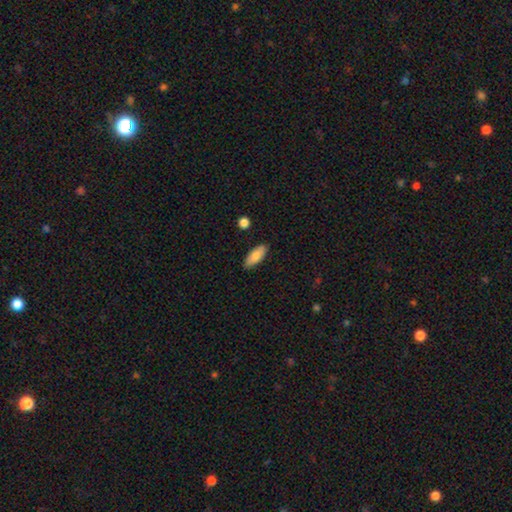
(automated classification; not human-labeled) Q: Smooth or featured?
A: smooth (83%); runner-up: featured or disk (10%)
Q: How rounded?
A: in between (76%); runner-up: cigar-shaped (22%)
Q: Merging?
A: none (87%); runner-up: minor disturbance (10%)